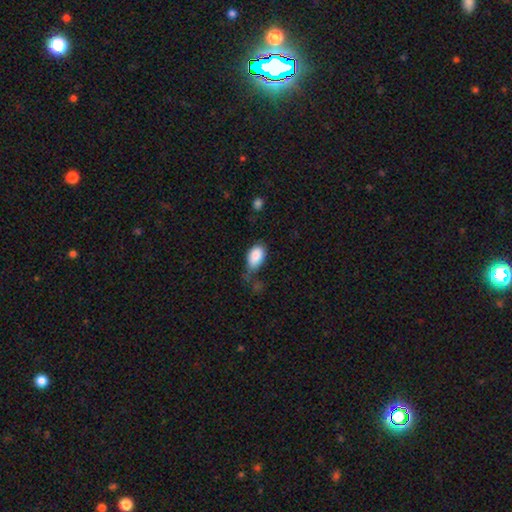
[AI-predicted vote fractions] Q: Smooth or featured?
A: smooth (87%); runner-up: star or artifact (7%)
Q: How rounded?
A: in between (93%); runner-up: round (6%)
Q: Merging?
A: none (40%); runner-up: minor disturbance (35%)